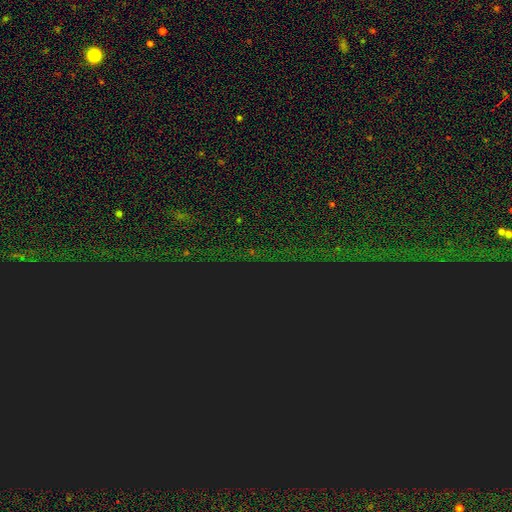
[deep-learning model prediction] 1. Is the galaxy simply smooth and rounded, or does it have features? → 87% star or artifact, 7% featured or disk, 7% smooth.